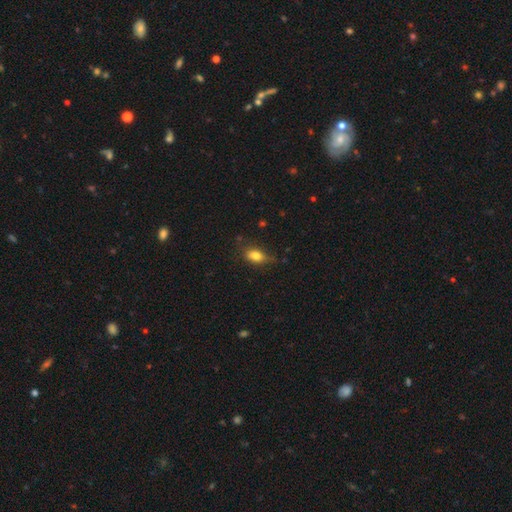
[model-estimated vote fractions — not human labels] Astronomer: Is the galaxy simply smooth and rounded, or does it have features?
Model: smooth — 79%.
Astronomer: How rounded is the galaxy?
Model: in between — 83%.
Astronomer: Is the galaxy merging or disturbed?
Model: none — 60%.